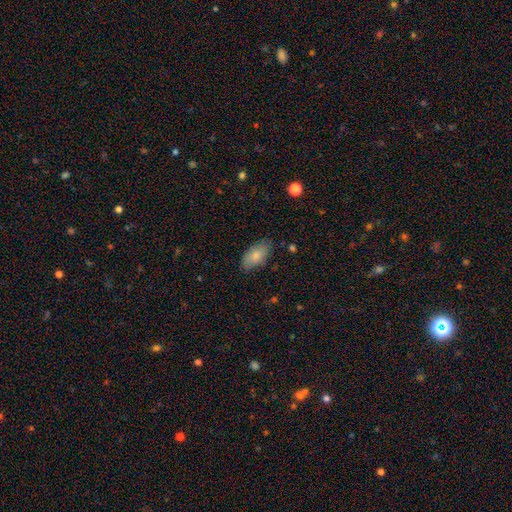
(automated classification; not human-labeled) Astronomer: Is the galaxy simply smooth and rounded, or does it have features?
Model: smooth — 80%.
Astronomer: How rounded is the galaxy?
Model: in between — 92%.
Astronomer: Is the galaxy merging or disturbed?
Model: none — 80%.